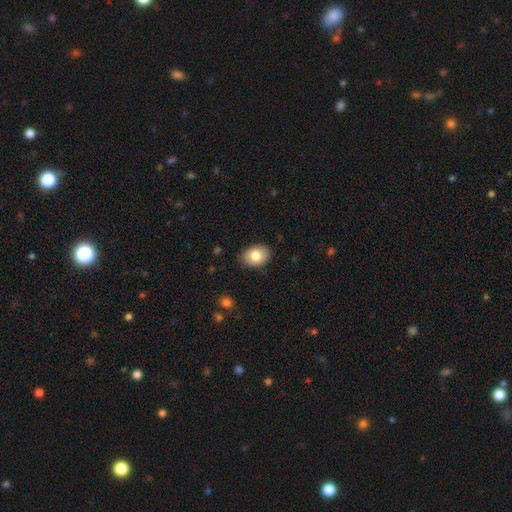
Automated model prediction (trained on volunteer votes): A smooth galaxy with no disk features (83%) that is in between round and cigar-shaped (75%). Merging: none (85%).